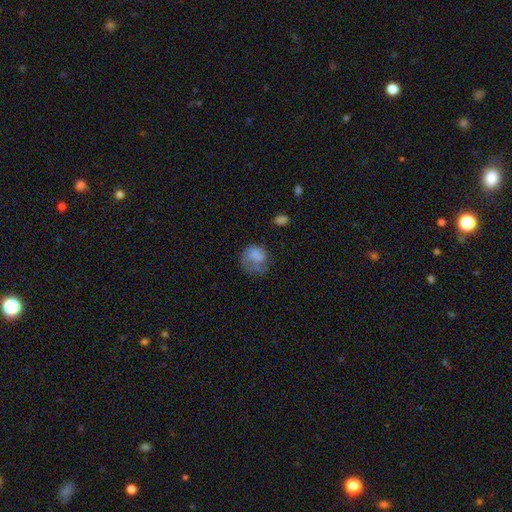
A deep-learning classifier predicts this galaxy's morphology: The model was most divided on "merging": none: 37%, major disturbance: 33%, minor disturbance: 27%, merger: 3%. More confident: how rounded — round (68%); smooth or featured — smooth (67%).